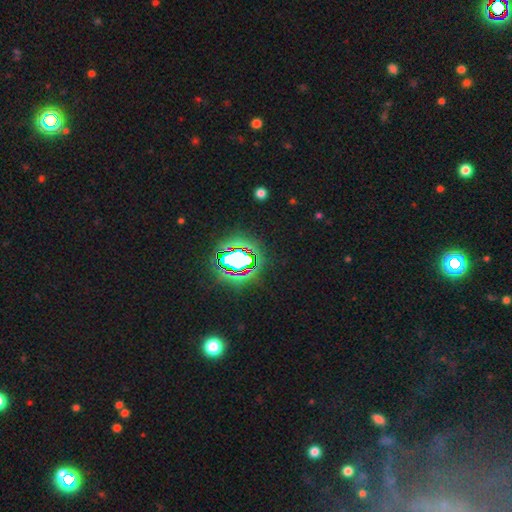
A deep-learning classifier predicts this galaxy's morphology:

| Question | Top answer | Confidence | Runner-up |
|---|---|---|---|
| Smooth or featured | star or artifact | 80% | smooth (11%) |